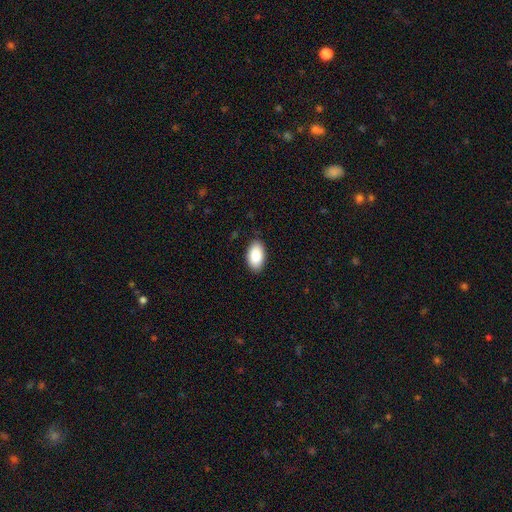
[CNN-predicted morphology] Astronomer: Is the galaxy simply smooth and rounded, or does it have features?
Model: smooth — 89%.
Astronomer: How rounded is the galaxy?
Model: in between — 95%.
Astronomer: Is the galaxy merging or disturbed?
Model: none — 86%.